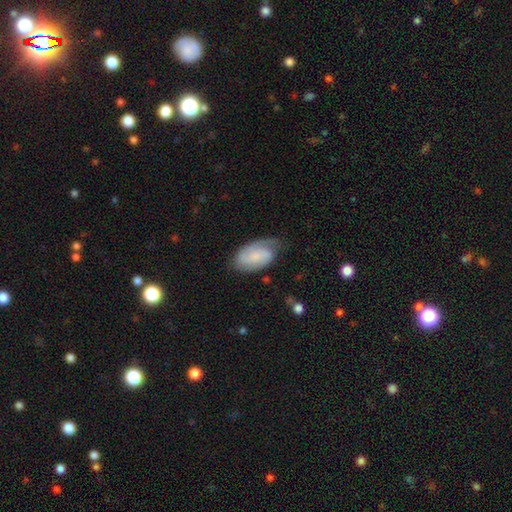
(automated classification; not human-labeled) A featured or disk galaxy (61%) with no bar (51%), 2 (63%) tight (41%) spiral arms (92%) and a small central bulge (44%). Merging: none (60%).